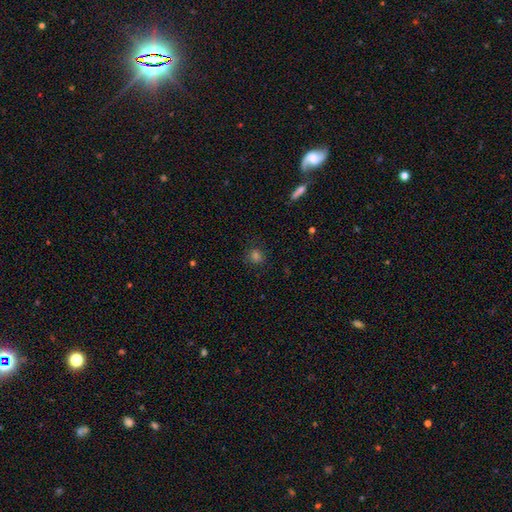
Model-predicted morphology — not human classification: Smooth or featured: smooth — 72% (star or artifact — 20%)
How rounded: round — 85% (in between — 14%)
Merging: none — 85% (minor disturbance — 10%)